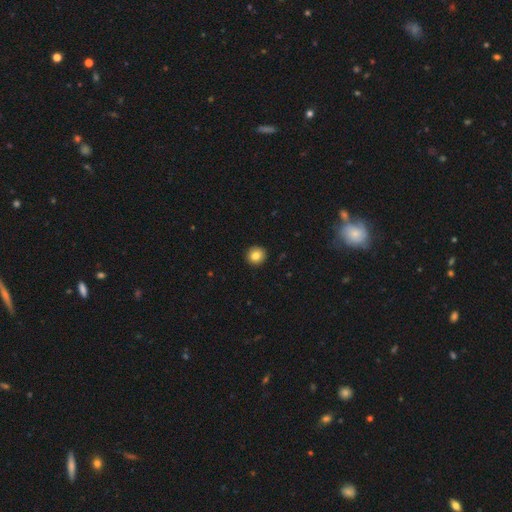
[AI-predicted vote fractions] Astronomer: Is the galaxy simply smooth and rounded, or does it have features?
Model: smooth — 83%.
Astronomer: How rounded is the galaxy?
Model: round — 93%.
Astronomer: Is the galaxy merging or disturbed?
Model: none — 93%.